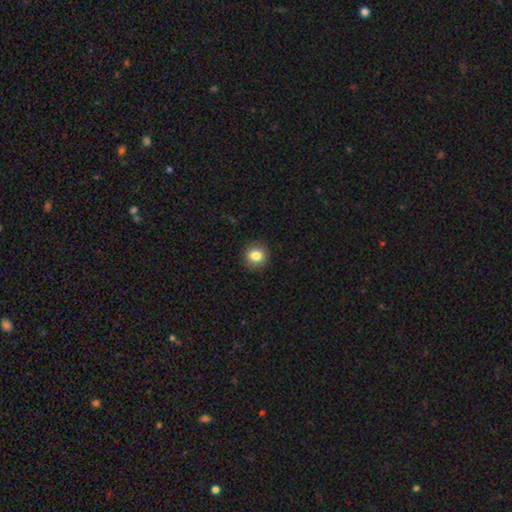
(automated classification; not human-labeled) smooth-or-featured: smooth: 83% | star or artifact: 10% | featured or disk: 7%
  how-rounded: round: 85% | in between: 14% | cigar-shaped: 1%
  merging: none: 90% | minor disturbance: 7% | major disturbance: 2% | merger: 1%